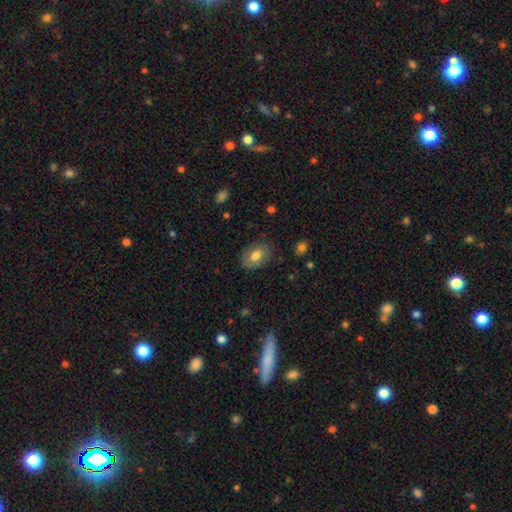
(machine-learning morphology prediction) Smooth or featured? smooth (73%)
How rounded? in between (81%)
Merging? none (80%)